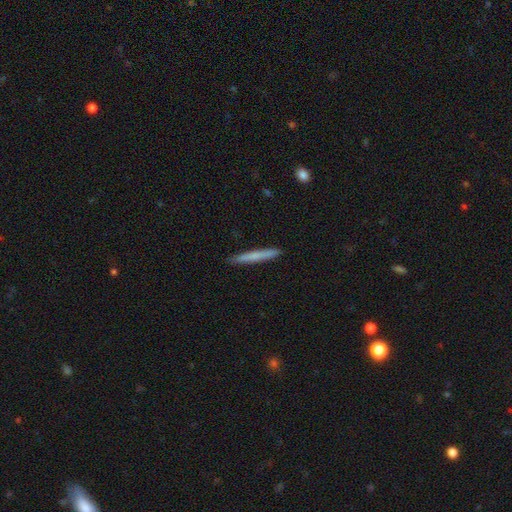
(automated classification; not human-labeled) Overall: smooth (69%). How rounded: cigar-shaped (97%). Merging: none (92%).